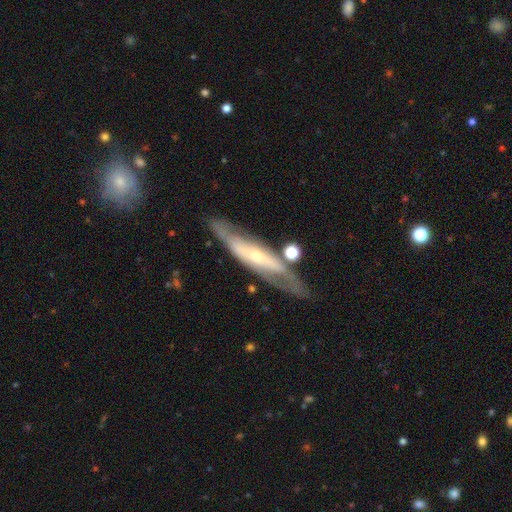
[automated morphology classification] Overall: featured or disk (73%). Edge-on disk: no (54%; yes 46%). Merging: none (66%).